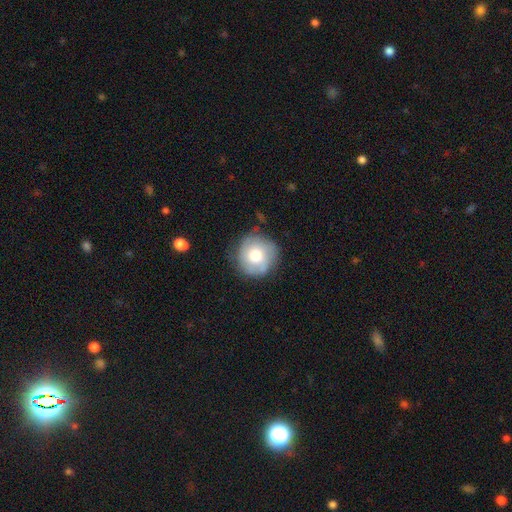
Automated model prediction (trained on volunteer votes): Morphology: type=smooth (58%); roundness=round (92%); merging=none (72%).